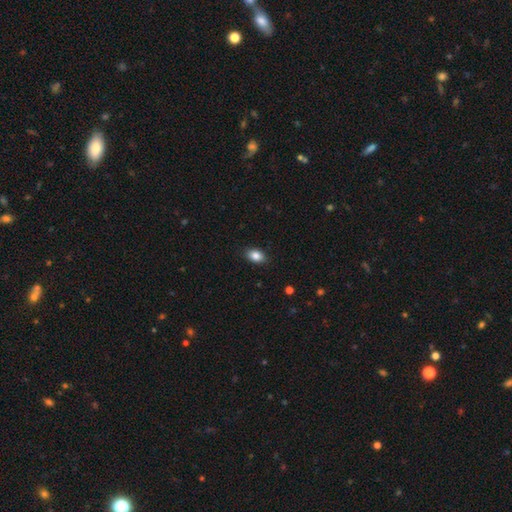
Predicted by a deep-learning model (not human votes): smooth 86%, star or artifact 9%, featured or disk 6%. Down the decision tree: how rounded — in between (87%); merging — none (88%).